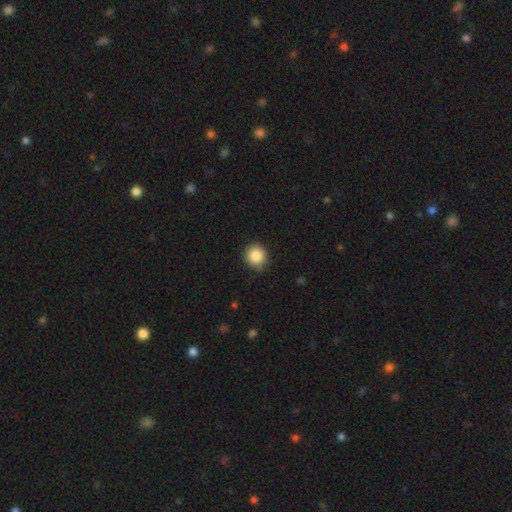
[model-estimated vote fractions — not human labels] Smooth or featured?
  - smooth: 87% *
  - star or artifact: 9%
  - featured or disk: 4%
How rounded?
  - round: 90% *
  - in between: 9%
  - cigar-shaped: 1%
Merging?
  - none: 86% *
  - minor disturbance: 11%
  - major disturbance: 2%
  - merger: 1%